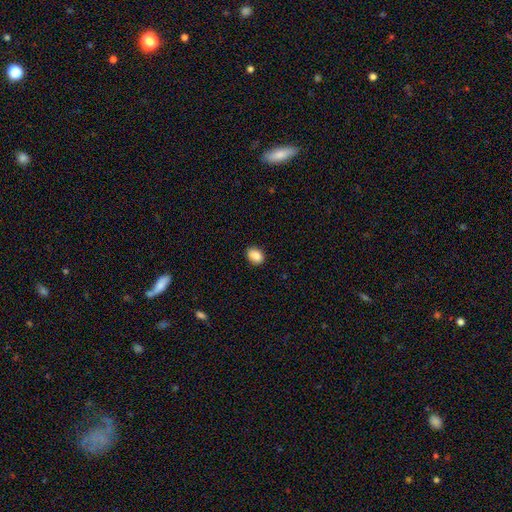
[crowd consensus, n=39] This is clearly a smooth galaxy (92%). How rounded: likely in between (72%). Merging: clearly none (87%).